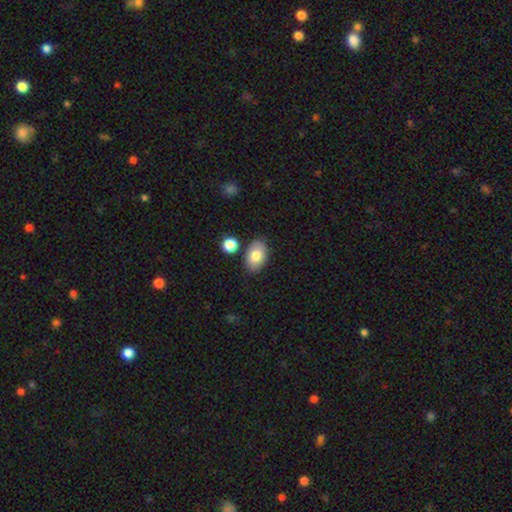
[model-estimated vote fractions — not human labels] Smooth or featured?
  - smooth: 78% *
  - featured or disk: 15%
  - star or artifact: 7%
How rounded?
  - in between: 88% *
  - round: 11%
  - cigar-shaped: 1%
Merging?
  - none: 80% *
  - minor disturbance: 12%
  - merger: 5%
  - major disturbance: 3%